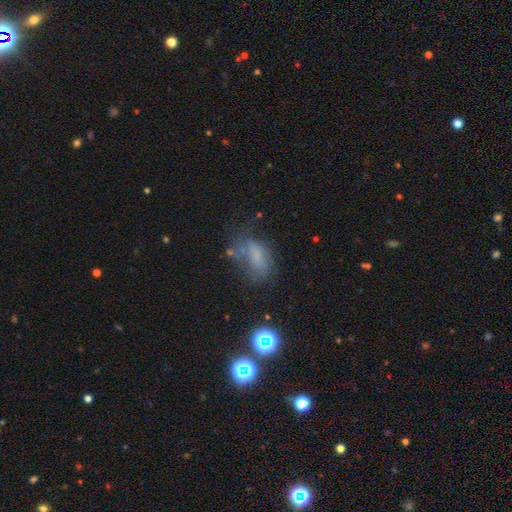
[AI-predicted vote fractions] Morphology: type=smooth (49%); merging=none (39%).